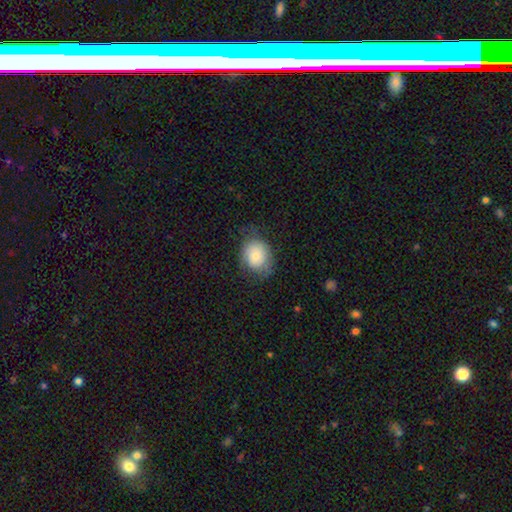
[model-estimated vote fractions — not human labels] This appears to be a smooth galaxy with no disk features (74%) that is round (59%). Merging: none (64%).